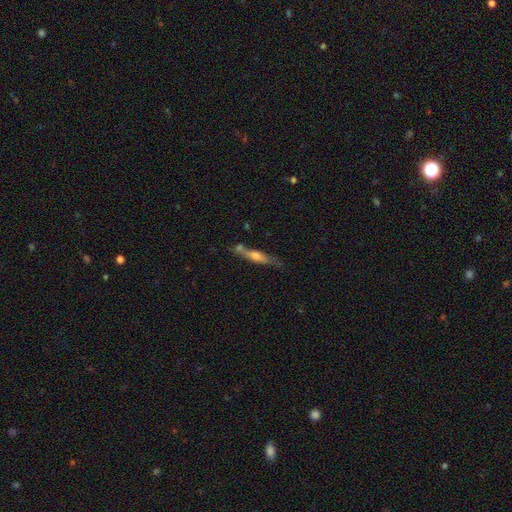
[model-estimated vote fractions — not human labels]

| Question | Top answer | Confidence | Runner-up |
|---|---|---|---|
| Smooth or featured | featured or disk | 53% | smooth (41%) |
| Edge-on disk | yes | 89% | no (11%) |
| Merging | none | 61% | minor disturbance (19%) |